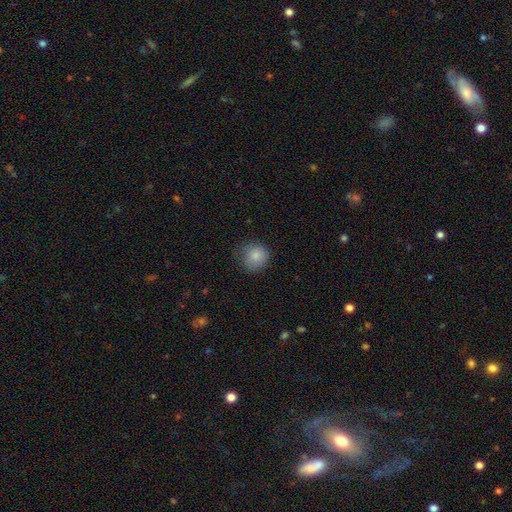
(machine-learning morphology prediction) This appears to be a smooth galaxy with no disk features (84%) that is round (87%). Merging: none (66%).